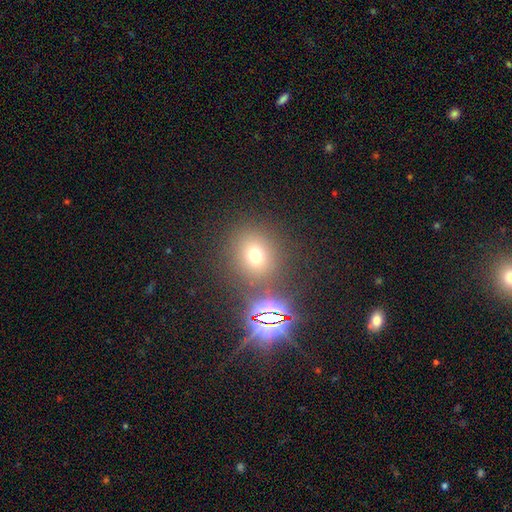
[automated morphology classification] smooth_or_featured: smooth (p=0.46) [alt: star or artifact p=0.43]
merging: none (p=0.81) [alt: minor disturbance p=0.08]